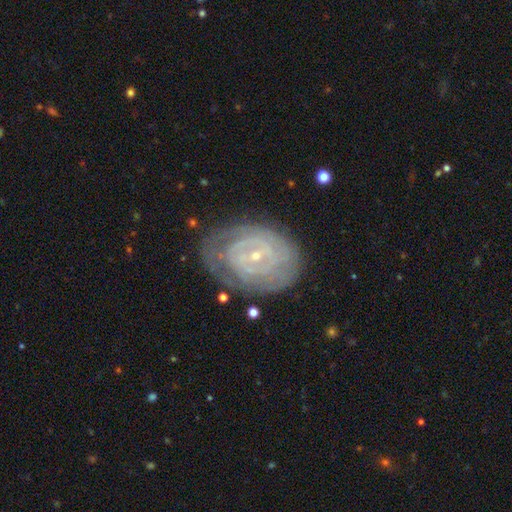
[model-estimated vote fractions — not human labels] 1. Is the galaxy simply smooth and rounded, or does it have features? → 83% featured or disk, 10% smooth, 6% star or artifact.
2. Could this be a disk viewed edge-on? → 97% no, 3% yes.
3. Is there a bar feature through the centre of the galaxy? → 49% no, 38% weak, 14% strong.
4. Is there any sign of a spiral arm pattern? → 90% yes, 10% no.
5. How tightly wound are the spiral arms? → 79% tight, 16% medium, 4% loose.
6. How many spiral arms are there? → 42% can't tell, 26% 2, 12% 3, 9% 4, 6% more than 4, 5% 1.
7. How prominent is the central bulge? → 83% small, 14% moderate, 2% none, 1% large, 1% dominant.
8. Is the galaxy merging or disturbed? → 70% none, 20% minor disturbance, 8% major disturbance, 2% merger.